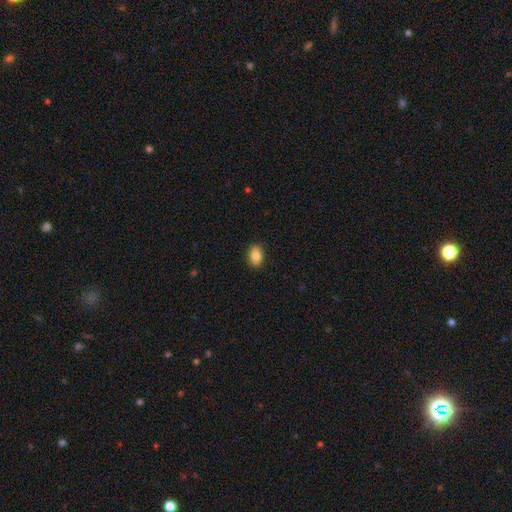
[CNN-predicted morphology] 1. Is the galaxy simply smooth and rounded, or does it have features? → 85% smooth, 8% star or artifact, 7% featured or disk.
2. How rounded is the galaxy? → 85% in between, 13% round, 2% cigar-shaped.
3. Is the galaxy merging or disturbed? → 89% none, 8% minor disturbance, 2% major disturbance, 1% merger.